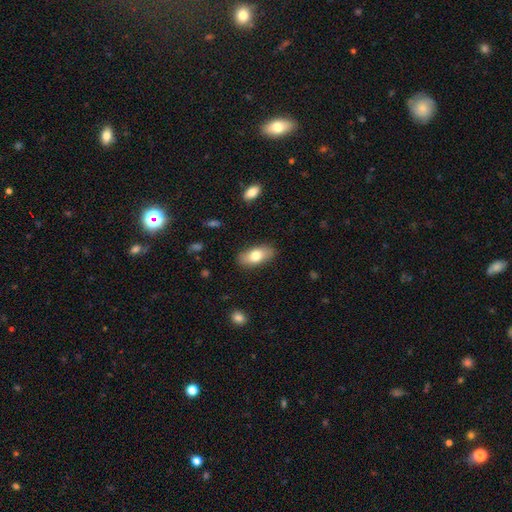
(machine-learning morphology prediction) Overall: smooth (75%). How rounded: in between (89%). Merging: none (86%).